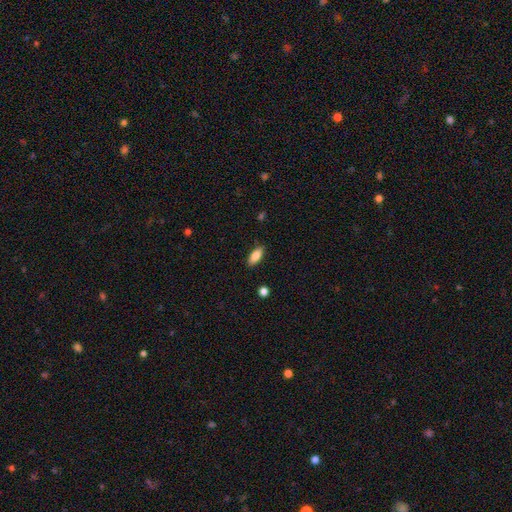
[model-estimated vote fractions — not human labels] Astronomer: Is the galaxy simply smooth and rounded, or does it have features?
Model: smooth — 84%.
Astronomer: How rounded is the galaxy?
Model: in between — 80%.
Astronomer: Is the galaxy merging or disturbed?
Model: none — 87%.